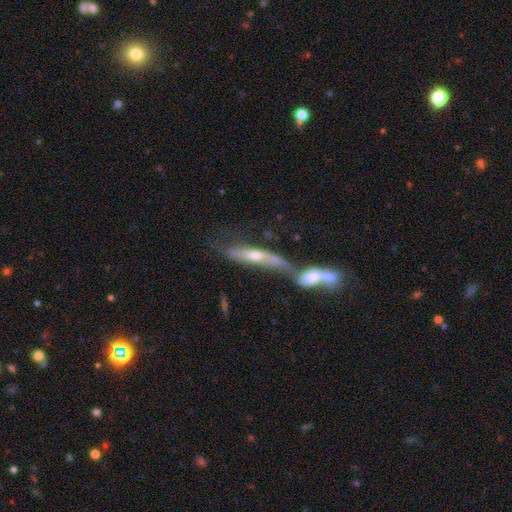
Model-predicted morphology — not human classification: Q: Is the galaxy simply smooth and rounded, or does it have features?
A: featured or disk — 66%.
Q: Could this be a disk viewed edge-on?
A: yes — 63%.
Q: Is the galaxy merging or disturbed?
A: merger — 60%.